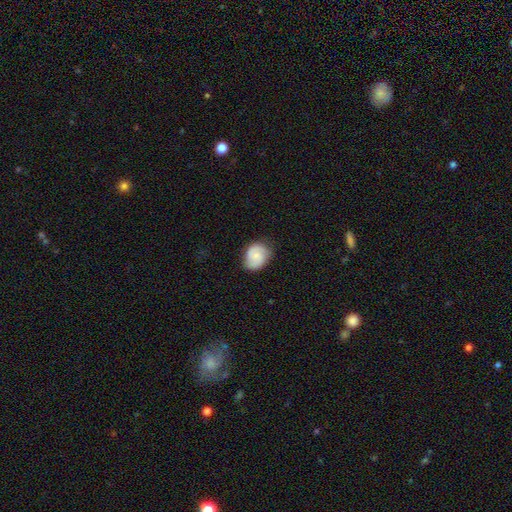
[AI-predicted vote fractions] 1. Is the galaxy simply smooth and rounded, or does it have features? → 61% smooth, 32% featured or disk, 7% star or artifact.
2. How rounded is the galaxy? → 50% in between, 49% round, 1% cigar-shaped.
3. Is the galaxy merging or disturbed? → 71% none, 23% minor disturbance, 5% major disturbance, 1% merger.